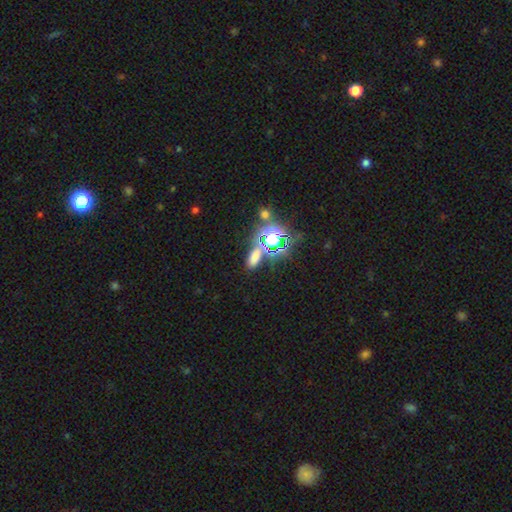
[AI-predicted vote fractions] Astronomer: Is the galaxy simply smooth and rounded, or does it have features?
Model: star or artifact — 45%, tied with smooth at 45%.